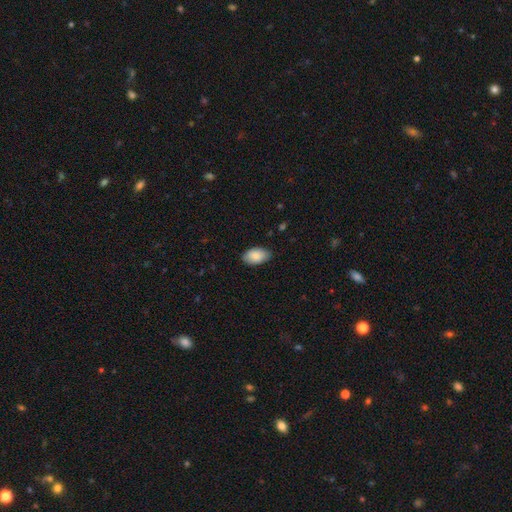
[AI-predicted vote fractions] Morphology: type=smooth (88%); roundness=in between (95%); merging=none (82%).